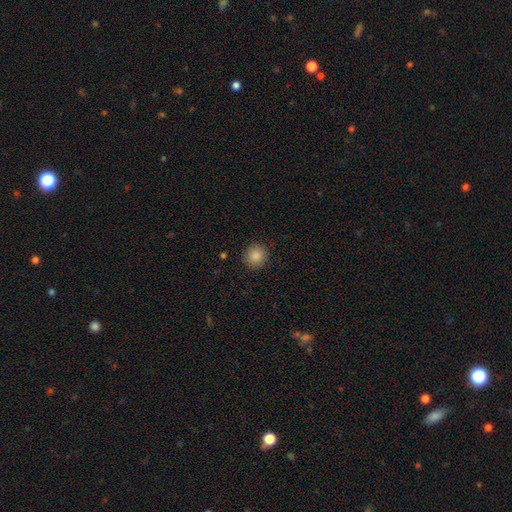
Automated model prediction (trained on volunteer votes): Overall: smooth (87%). How rounded: round (91%). Merging: none (91%).